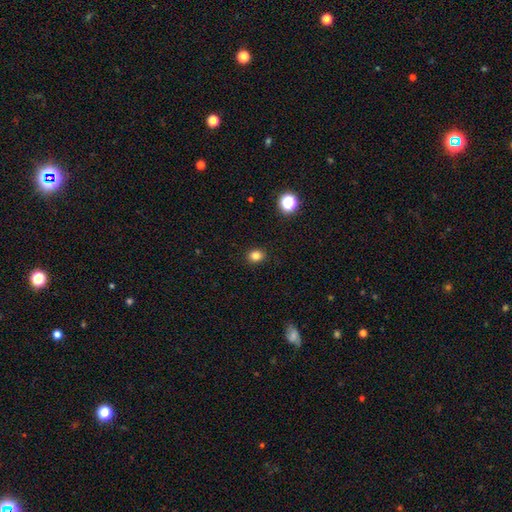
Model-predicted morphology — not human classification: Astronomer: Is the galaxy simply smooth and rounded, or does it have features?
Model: smooth — 81%.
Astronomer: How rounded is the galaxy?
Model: round — 64%.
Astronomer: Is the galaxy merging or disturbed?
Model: none — 91%.